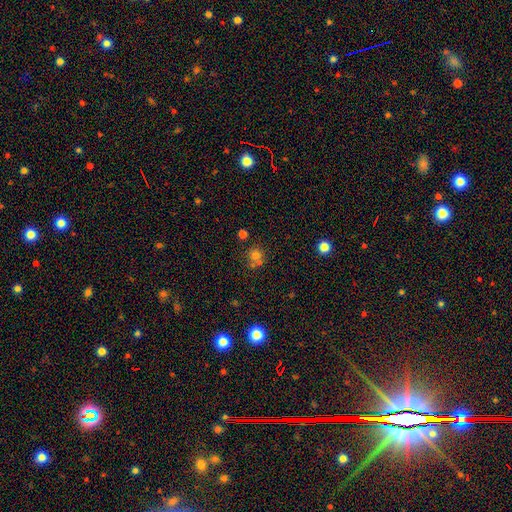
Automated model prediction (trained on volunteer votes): Q: Smooth or featured?
A: smooth (70%); runner-up: star or artifact (19%)
Q: How rounded?
A: round (88%); runner-up: in between (11%)
Q: Merging?
A: none (56%); runner-up: merger (31%)